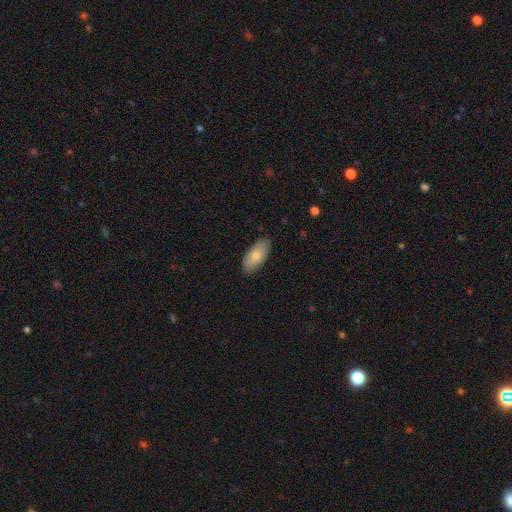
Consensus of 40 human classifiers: smooth-or-featured: smooth: 85% | featured or disk: 10% | star or artifact: 5%
  how-rounded: in between: 94% | round: 3% | cigar-shaped: 3%
  merging: none: 66% | minor disturbance: 26% | major disturbance: 8% | merger: 0%